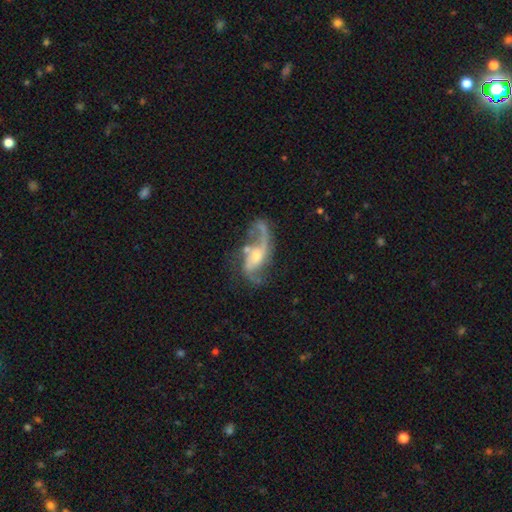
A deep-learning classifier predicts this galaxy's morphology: smooth_or_featured: featured or disk (p=0.86) [alt: smooth p=0.08]
disk_edge_on: no (p=0.96) [alt: yes p=0.04]
bar: no (p=0.47) [alt: weak p=0.38]
has_spiral_arms: yes (p=0.94) [alt: no p=0.06]
spiral_winding: loose (p=0.71) [alt: medium p=0.23]
spiral_arm_count: 2 (p=0.78) [alt: 1 p=0.12]
bulge_size: moderate (p=0.45) [tied with: small p=0.45]
merging: none (p=0.51) [alt: major disturbance p=0.23]